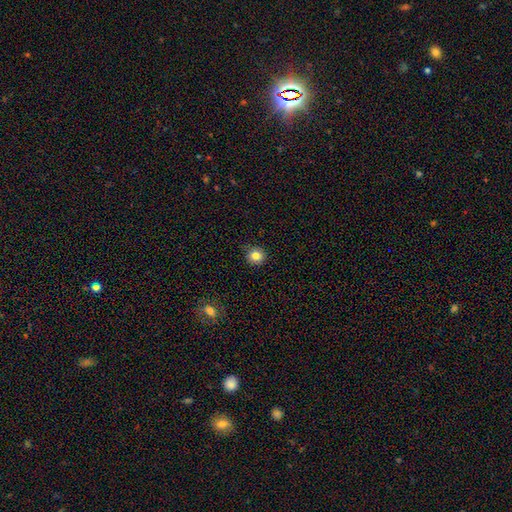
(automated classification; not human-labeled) Overall: smooth (84%). How rounded: round (92%). Merging: none (89%).